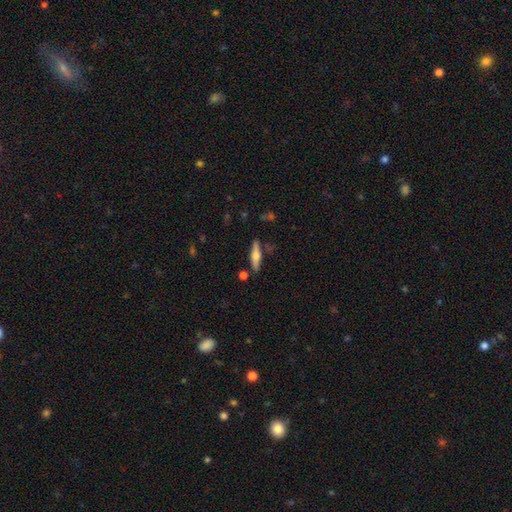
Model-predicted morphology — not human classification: smooth-or-featured: featured or disk: 49% | smooth: 45% | star or artifact: 6%
  merging: none: 82% | minor disturbance: 10% | merger: 5% | major disturbance: 2%